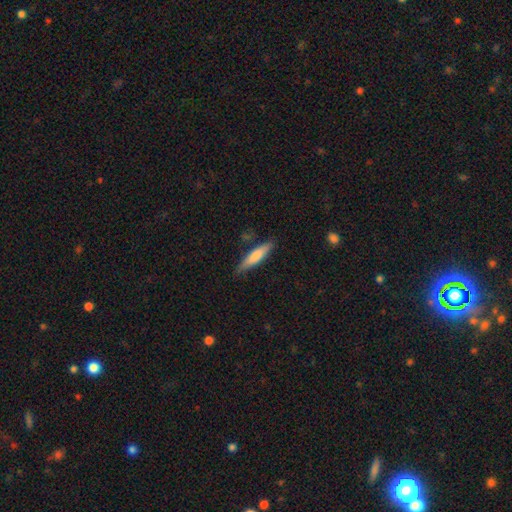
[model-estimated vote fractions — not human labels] Smooth or featured? Predicted: smooth (p=0.74). How rounded? Predicted: cigar-shaped (p=0.81). Merging? Predicted: none (p=0.81).